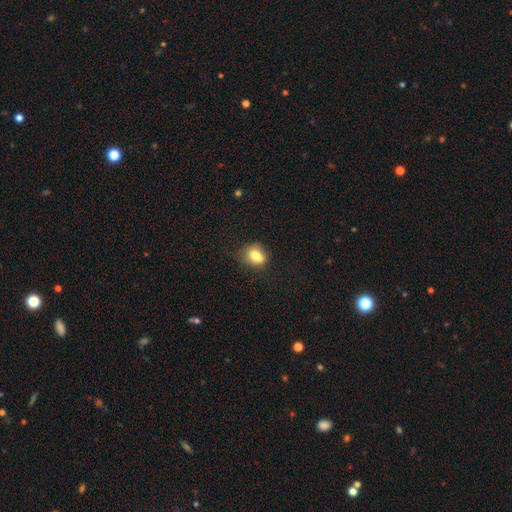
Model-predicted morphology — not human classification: smooth-or-featured: smooth: 78% | featured or disk: 12% | star or artifact: 10%
  how-rounded: in between: 50% | round: 49% | cigar-shaped: 1%
  merging: none: 52% | minor disturbance: 27% | merger: 14% | major disturbance: 8%